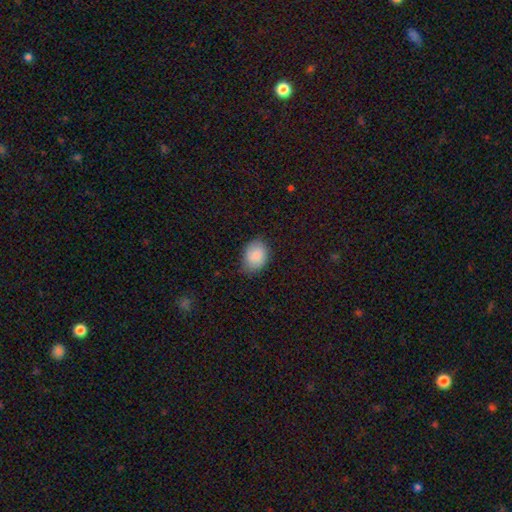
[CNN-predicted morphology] Overall: smooth (88%). How rounded: in between (69%; round 31%). Merging: none (72%).